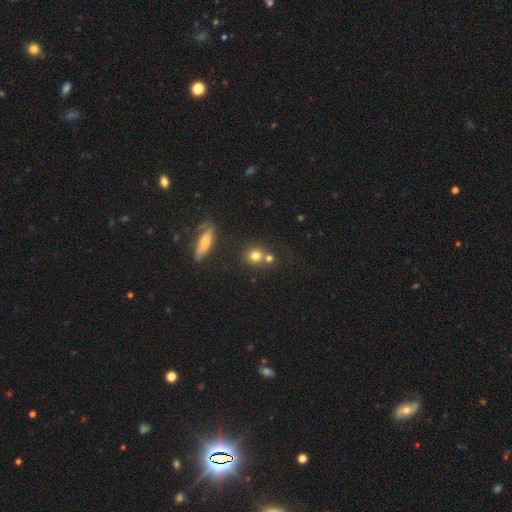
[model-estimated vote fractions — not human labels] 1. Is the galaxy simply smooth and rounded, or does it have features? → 74% smooth, 14% star or artifact, 12% featured or disk.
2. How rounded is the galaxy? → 83% round, 14% in between, 2% cigar-shaped.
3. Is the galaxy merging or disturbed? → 57% none, 31% merger, 9% minor disturbance, 3% major disturbance.